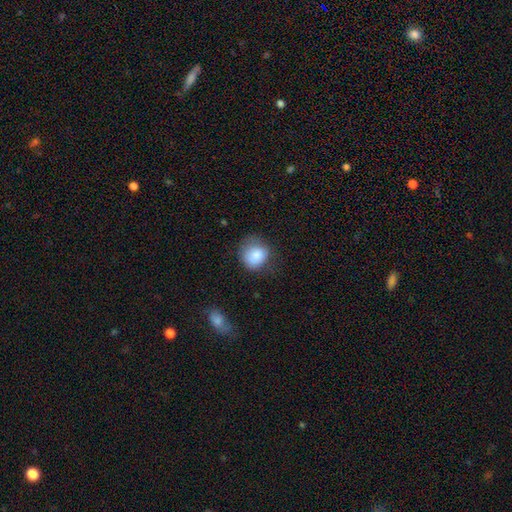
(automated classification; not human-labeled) This appears to be a smooth galaxy with no disk features (84%) that is round (74%). Merging: none (58%).